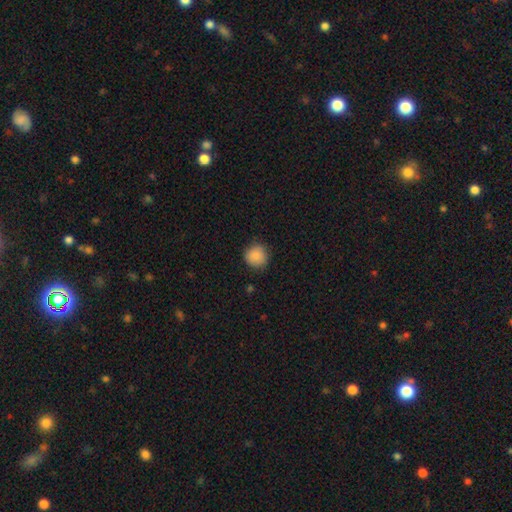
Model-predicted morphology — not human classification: The model was most divided on "merging": none: 85%, minor disturbance: 11%, major disturbance: 3%, merger: 1%. More confident: how rounded — round (92%); smooth or featured — smooth (88%).